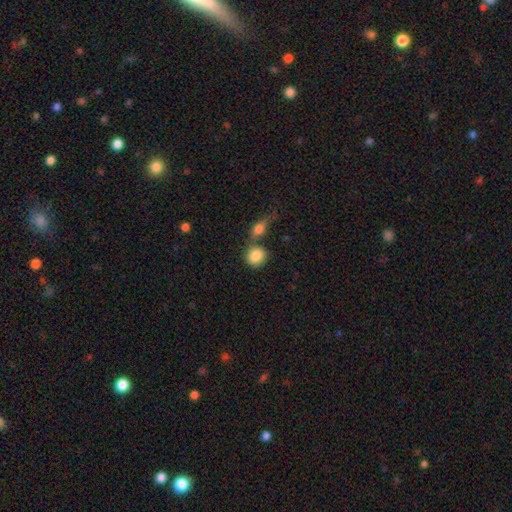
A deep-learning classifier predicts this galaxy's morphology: This appears to be a smooth galaxy with no disk features (86%) that is round (77%). Merging: none (55%).